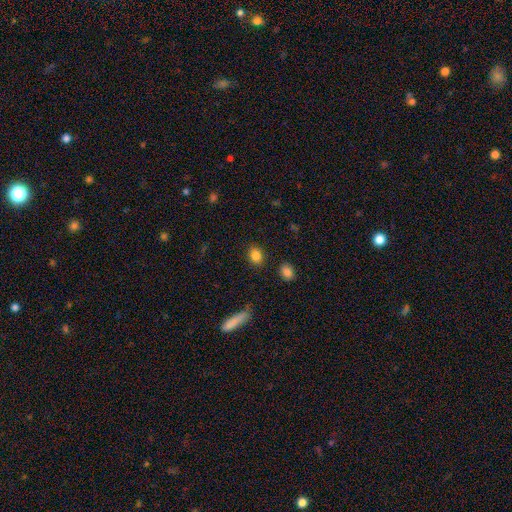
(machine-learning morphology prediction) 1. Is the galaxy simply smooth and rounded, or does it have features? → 85% smooth, 10% star or artifact, 6% featured or disk.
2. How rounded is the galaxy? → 49% in between (tied), 49% round (tied), 2% cigar-shaped.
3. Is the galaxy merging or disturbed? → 88% none, 8% minor disturbance, 2% major disturbance, 2% merger.